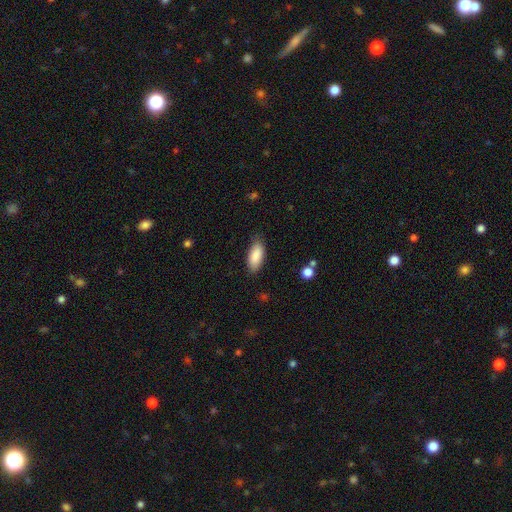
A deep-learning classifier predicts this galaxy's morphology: smooth_or_featured: smooth (p=0.87) [alt: featured or disk p=0.06]
how_rounded: in between (p=0.85) [alt: cigar-shaped p=0.13]
merging: none (p=0.80) [alt: minor disturbance p=0.16]